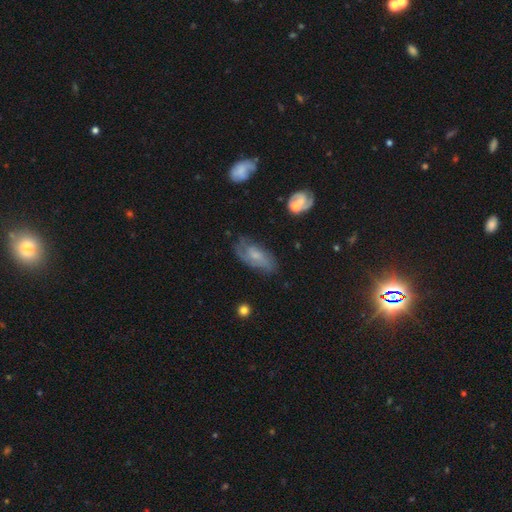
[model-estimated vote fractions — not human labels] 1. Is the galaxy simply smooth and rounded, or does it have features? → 57% featured or disk, 35% smooth, 8% star or artifact.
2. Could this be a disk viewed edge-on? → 90% no, 10% yes.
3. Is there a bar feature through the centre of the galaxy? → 66% no, 30% weak, 5% strong.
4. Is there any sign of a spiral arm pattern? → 81% yes, 19% no.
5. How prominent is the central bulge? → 49% small, 35% moderate, 12% none, 3% large, 1% dominant.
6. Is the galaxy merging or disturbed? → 64% none, 24% minor disturbance, 10% major disturbance, 2% merger.